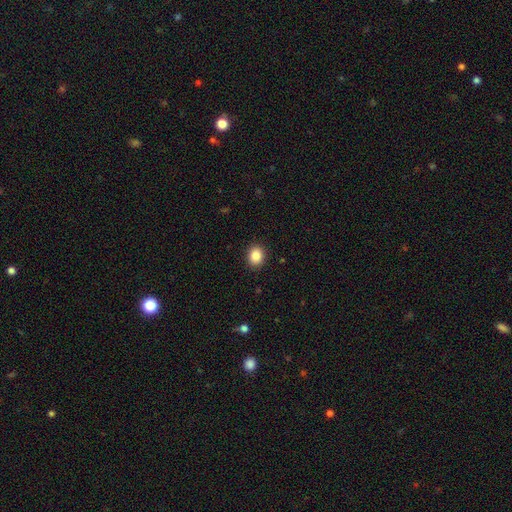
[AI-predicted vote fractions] This is clearly a smooth galaxy (88%). How rounded: possibly round (53%). Merging: clearly none (90%).